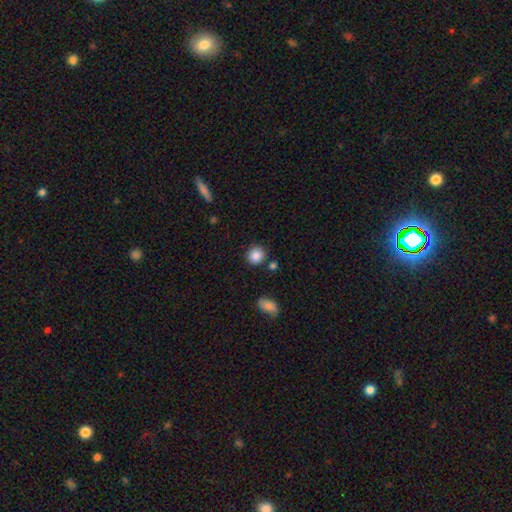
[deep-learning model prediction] Q: Smooth or featured?
A: smooth (86%); runner-up: star or artifact (9%)
Q: How rounded?
A: round (86%); runner-up: in between (13%)
Q: Merging?
A: none (85%); runner-up: minor disturbance (8%)